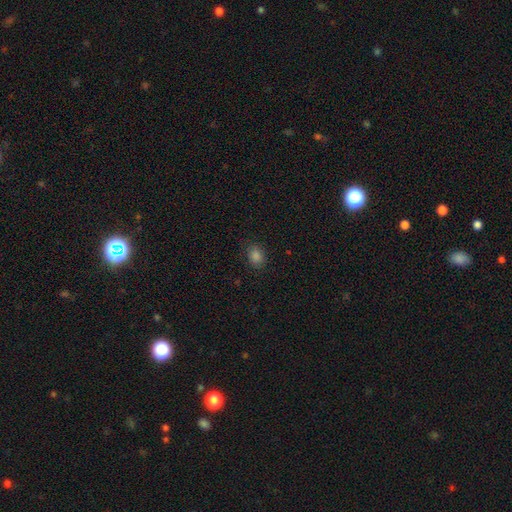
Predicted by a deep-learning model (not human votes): Smooth or featured? Predicted: smooth (p=0.81). How rounded? Predicted: in between (p=0.55). Merging? Predicted: none (p=0.86).